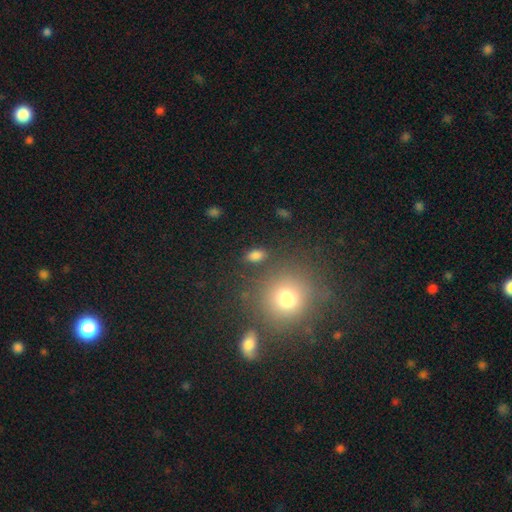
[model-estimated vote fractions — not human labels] This is clearly a smooth galaxy (82%). How rounded: clearly in between (84%). Merging: clearly none (81%).